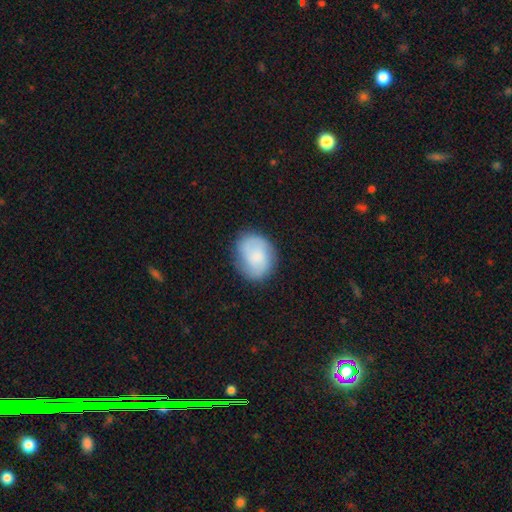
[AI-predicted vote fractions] A smooth galaxy with no disk features (56%) that is in between round and cigar-shaped (52%). Merging: none (75%).